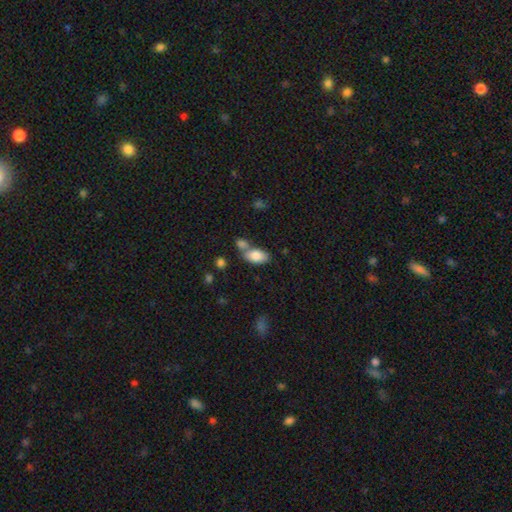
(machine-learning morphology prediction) Q: Smooth or featured?
A: smooth (82%); runner-up: featured or disk (11%)
Q: How rounded?
A: in between (92%); runner-up: round (5%)
Q: Merging?
A: none (51%); runner-up: merger (32%)